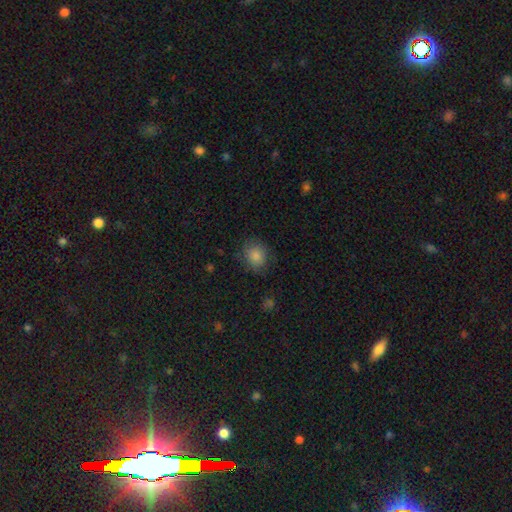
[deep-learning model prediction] Q: Smooth or featured?
A: smooth (85%); runner-up: star or artifact (9%)
Q: How rounded?
A: round (69%); runner-up: in between (30%)
Q: Merging?
A: none (78%); runner-up: minor disturbance (16%)